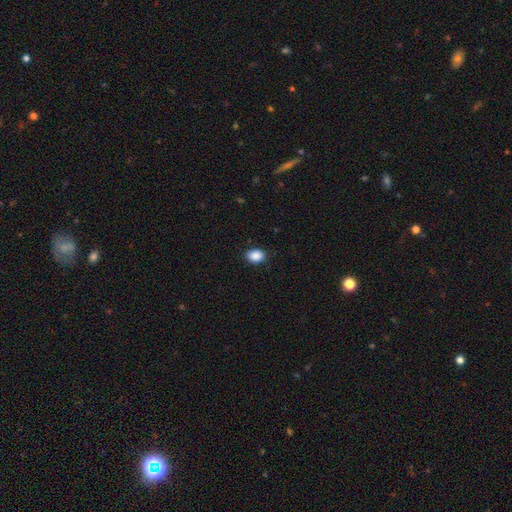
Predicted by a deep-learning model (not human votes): The model was most divided on "how rounded": in between: 72%, round: 27%, cigar-shaped: 1%. More confident: smooth or featured — smooth (89%); merging — none (89%).